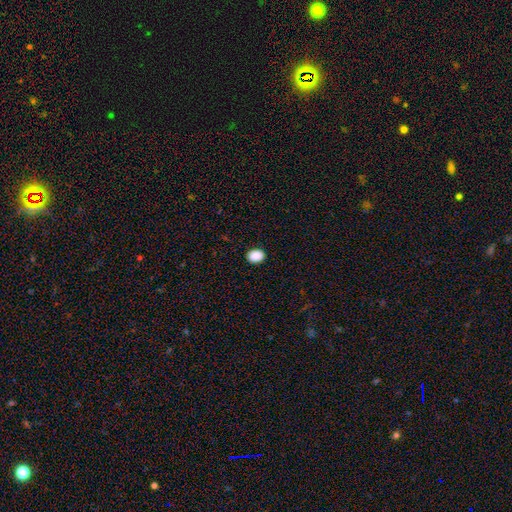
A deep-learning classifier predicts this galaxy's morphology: A smooth galaxy with no disk features (90%) that is in between round and cigar-shaped (67%). Merging: none (90%).